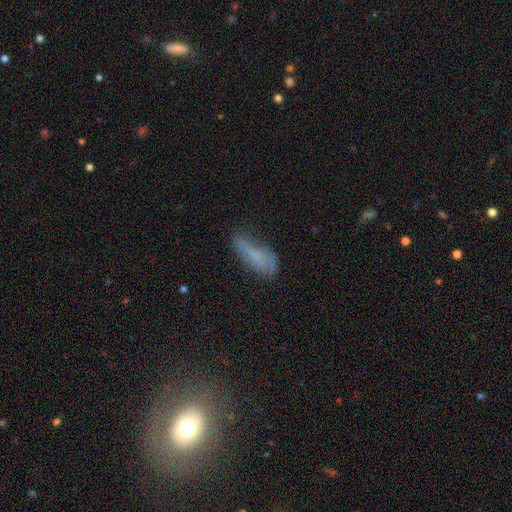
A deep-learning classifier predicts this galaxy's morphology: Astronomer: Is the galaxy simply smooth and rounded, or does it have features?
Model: smooth — 62%.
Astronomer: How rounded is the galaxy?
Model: in between — 53% (runner-up: cigar-shaped, 45%).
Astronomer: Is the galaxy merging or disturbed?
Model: none — 43% (runner-up: minor disturbance, 35%).